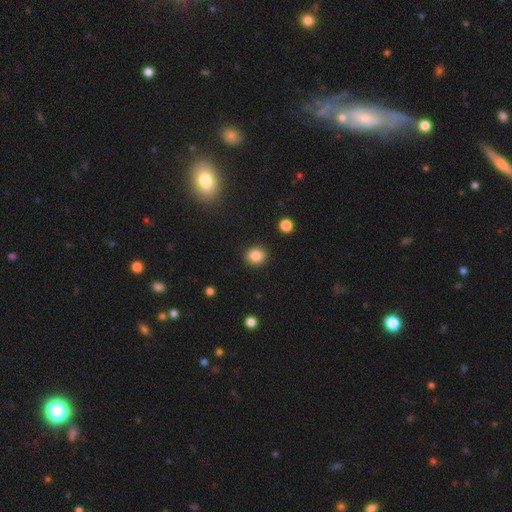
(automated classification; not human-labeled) smooth_or_featured: smooth (p=0.85) [alt: star or artifact p=0.10]
how_rounded: round (p=0.75) [alt: in between p=0.24]
merging: none (p=0.90) [alt: minor disturbance p=0.06]